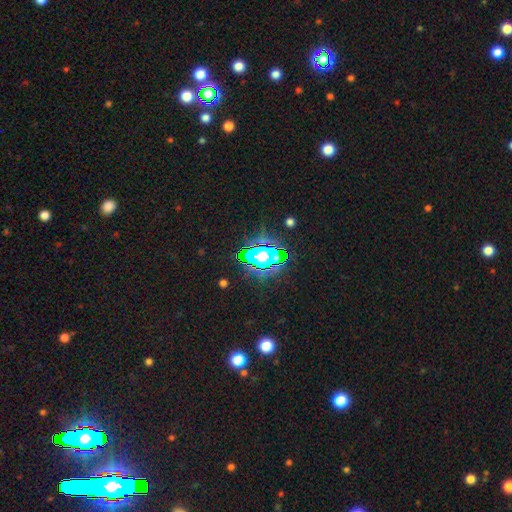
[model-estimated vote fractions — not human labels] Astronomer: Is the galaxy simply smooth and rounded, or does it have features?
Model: star or artifact — 58%.